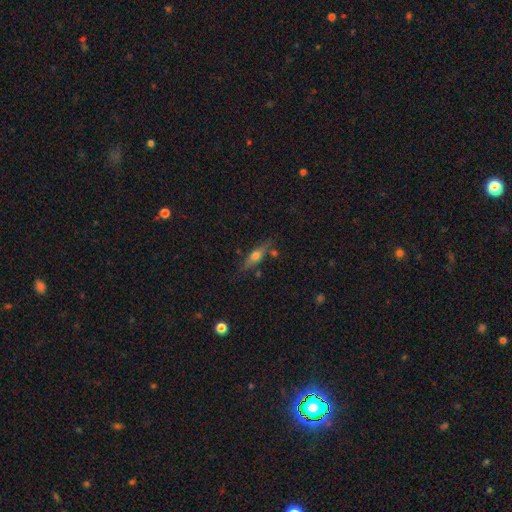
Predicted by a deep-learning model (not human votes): A featured or disk galaxy (47%). Merging: none (74%).